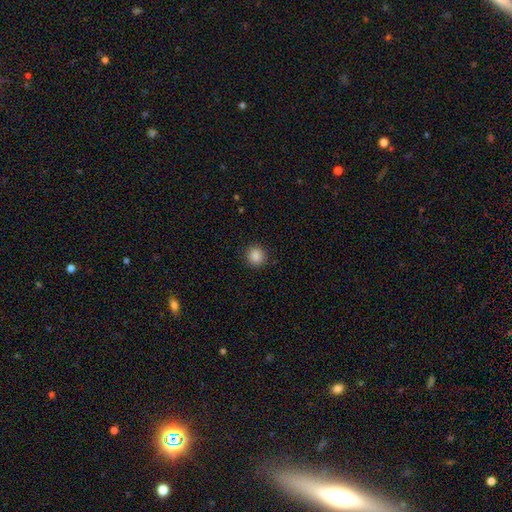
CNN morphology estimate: Overall: smooth (87%). How rounded: round (90%). Merging: none (90%).